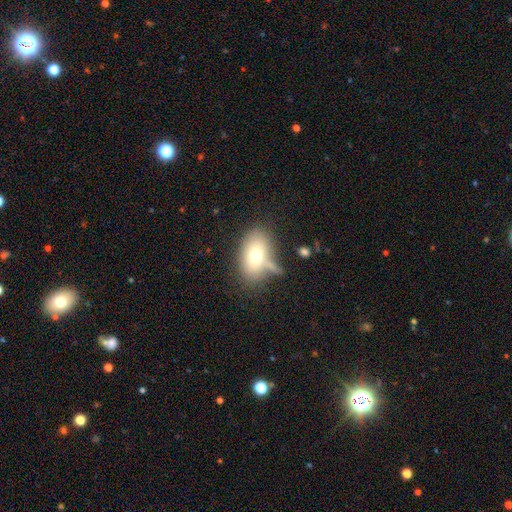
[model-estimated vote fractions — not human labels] Overall: smooth (71%). How rounded: in between (86%). Merging: none (56%; minor disturbance 19%).